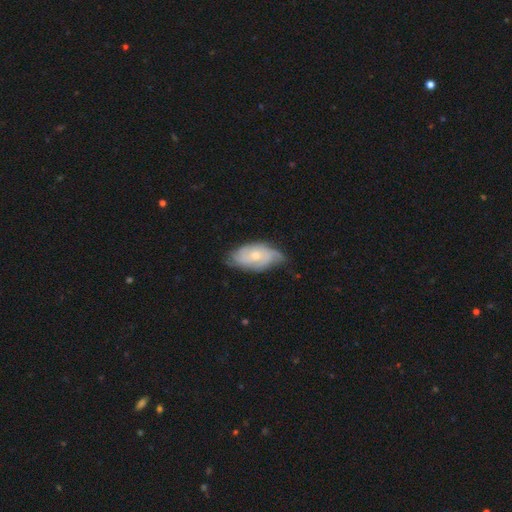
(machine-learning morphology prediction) This appears to be a featured or disk galaxy (69%) with no bar (78%), tight (54%) spiral arms (89%) and a small central bulge (52%). Merging: none (65%).